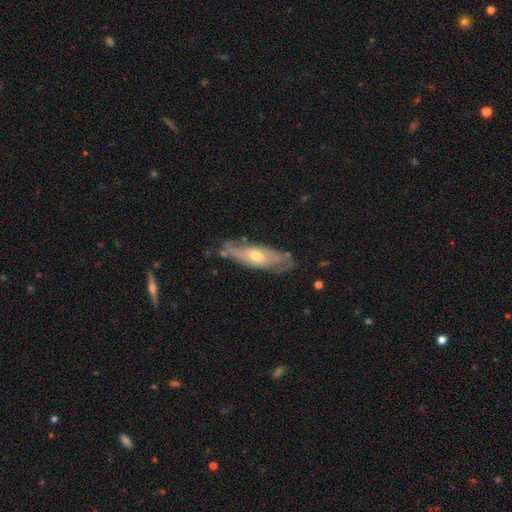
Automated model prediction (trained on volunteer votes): Morphology: type=featured or disk (72%); edge-on=no (73%); bar=no (73%); spiral arms=yes (74%); bulge=moderate (58%); merging=none (71%).